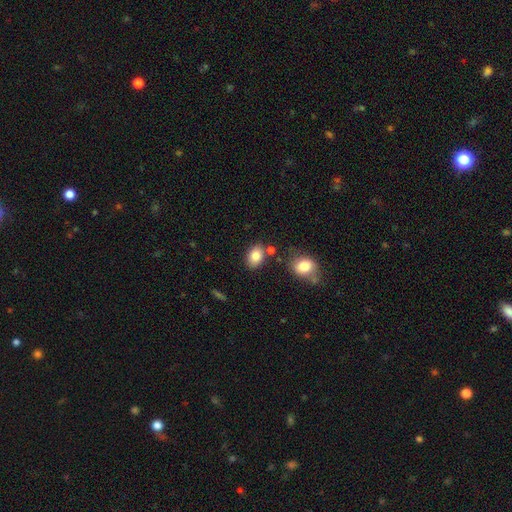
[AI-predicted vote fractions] smooth 83%, star or artifact 9%, featured or disk 8%. Down the decision tree: how rounded — in between (76%); merging — none (75%).